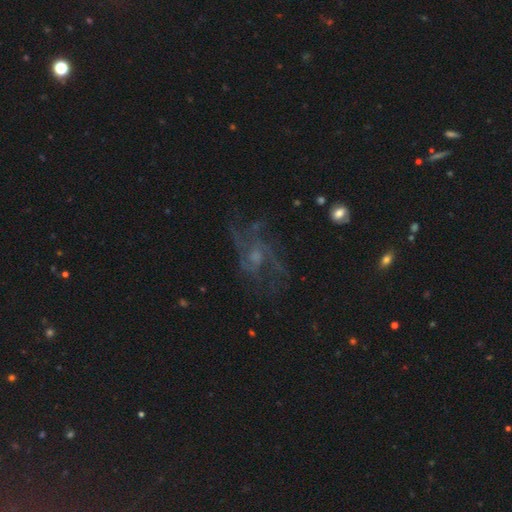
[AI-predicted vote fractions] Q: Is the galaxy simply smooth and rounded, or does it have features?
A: featured or disk — 74%.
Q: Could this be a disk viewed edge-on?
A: no — 96%.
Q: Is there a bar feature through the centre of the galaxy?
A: no — 65%.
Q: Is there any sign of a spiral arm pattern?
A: yes — 83%.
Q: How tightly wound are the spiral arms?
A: medium — 43%.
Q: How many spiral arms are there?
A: can't tell — 32%.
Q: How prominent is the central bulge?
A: small — 45%.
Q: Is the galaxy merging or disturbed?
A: none — 58%.